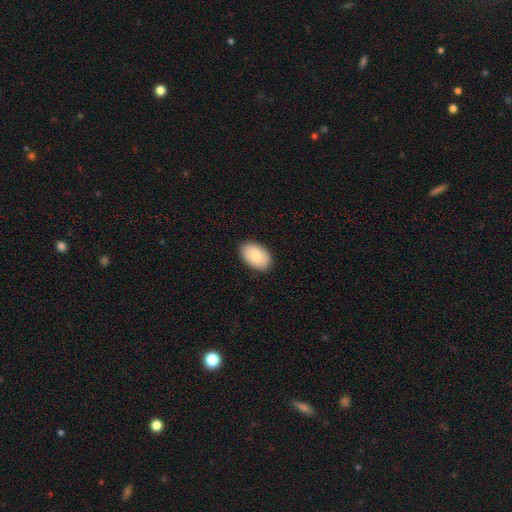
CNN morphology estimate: Overall: smooth (84%). How rounded: in between (92%). Merging: none (88%).